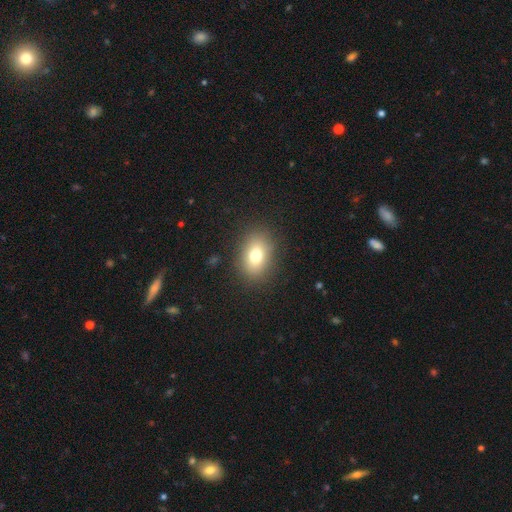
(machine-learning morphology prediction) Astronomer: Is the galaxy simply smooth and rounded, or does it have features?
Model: smooth — 76%.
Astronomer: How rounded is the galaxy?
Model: in between — 73%.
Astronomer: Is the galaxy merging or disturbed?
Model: none — 86%.